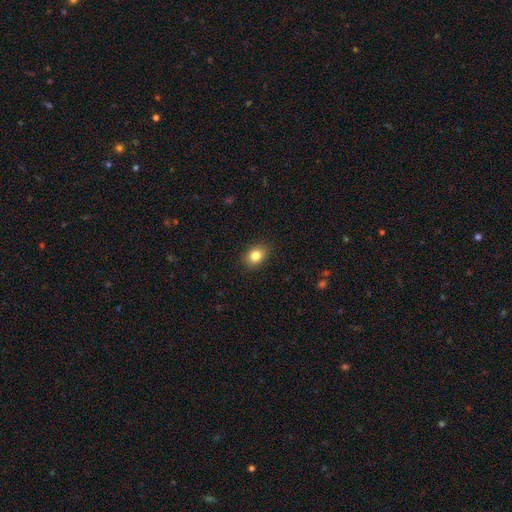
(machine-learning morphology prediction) Smooth or featured? smooth (84%)
How rounded? in between (57%)
Merging? none (88%)